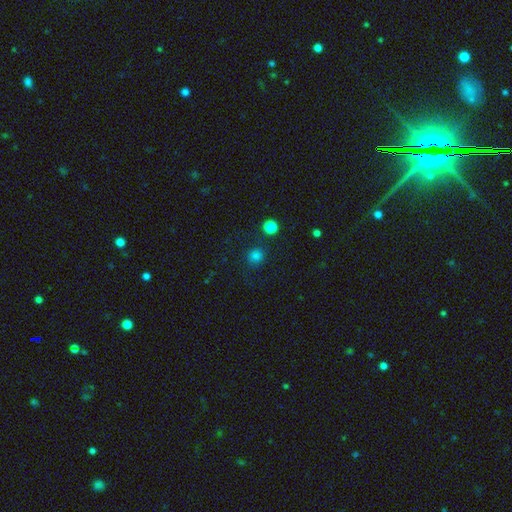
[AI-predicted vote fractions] Morphology: type=smooth (79%); roundness=round (90%); merging=none (84%).